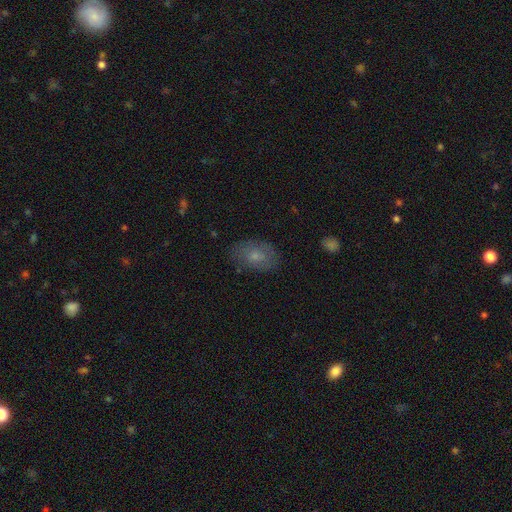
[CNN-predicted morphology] smooth 67%, featured or disk 24%, star or artifact 9%. Down the decision tree: how rounded — in between (86%); merging — none (77%).